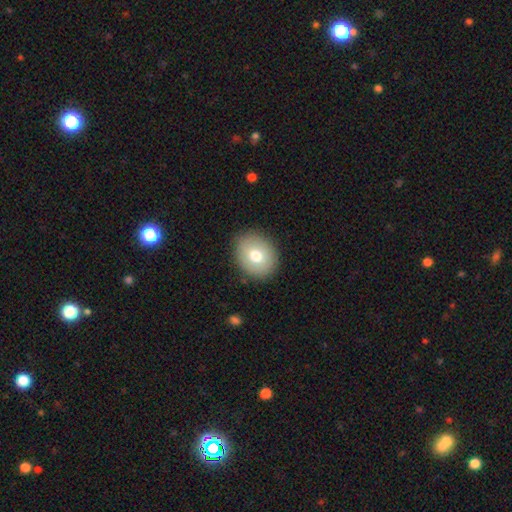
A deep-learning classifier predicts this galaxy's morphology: Smooth or featured? Predicted: smooth (p=0.74). How rounded? Predicted: round (p=0.63). Merging? Predicted: none (p=0.87).